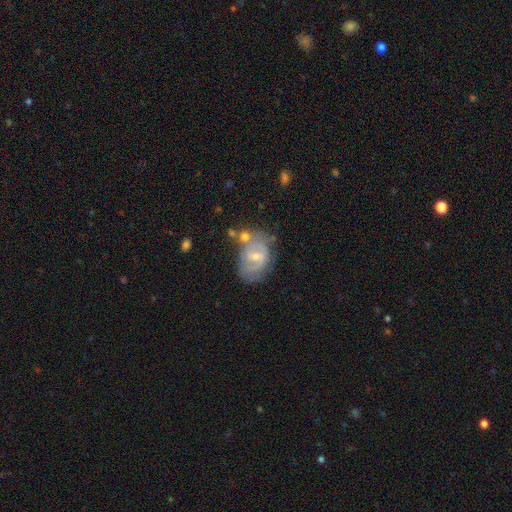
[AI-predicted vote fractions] Q: Smooth or featured?
A: featured or disk (67%); runner-up: smooth (26%)
Q: Edge-on disk?
A: no (96%); runner-up: yes (4%)
Q: Bar?
A: weak (55%); runner-up: no (27%)
Q: Spiral arms?
A: yes (73%); runner-up: no (27%)
Q: Bulge size?
A: small (57%); runner-up: moderate (37%)
Q: Merging?
A: none (50%); runner-up: minor disturbance (24%)